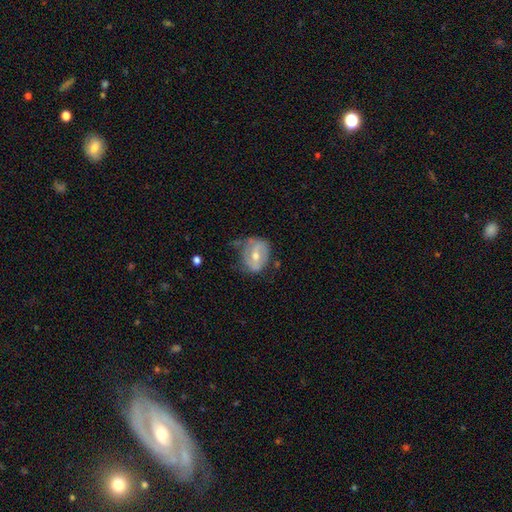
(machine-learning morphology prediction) This appears to be a featured or disk galaxy (59%) with a weak bar (40%), spiral arms (50%, tied with no) and a moderate central bulge (63%). Merging: none (53%).